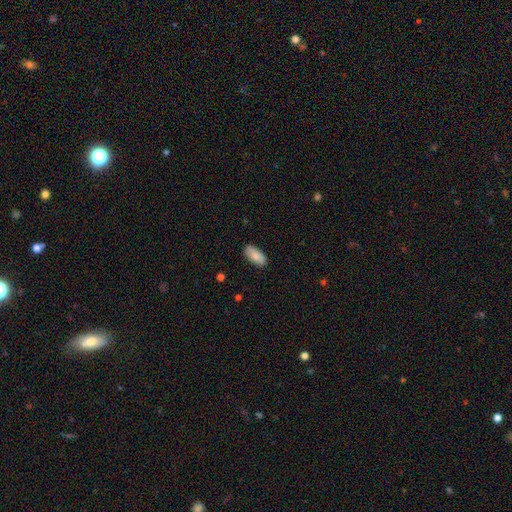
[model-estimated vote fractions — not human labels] A smooth galaxy with no disk features (83%) that is in between round and cigar-shaped (93%).

Vote fractions:
- Smooth or featured? smooth: 83% / featured or disk: 11% / star or artifact: 6%
- How rounded? in between: 93% / cigar-shaped: 5% / round: 2%
- Merging? none: 83% / minor disturbance: 13% / major disturbance: 2% / merger: 1%